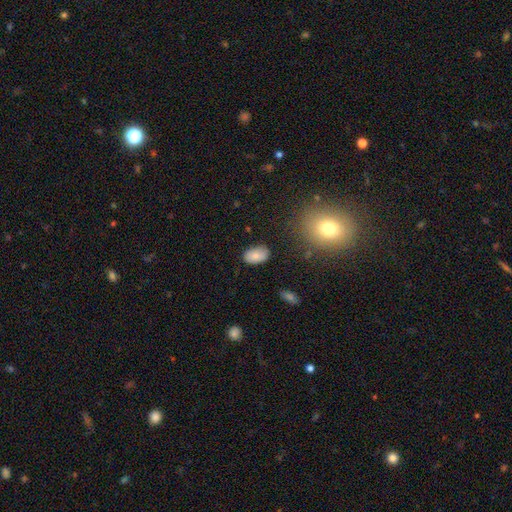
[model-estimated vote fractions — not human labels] Smooth or featured? Predicted: smooth (p=0.83). How rounded? Predicted: in between (p=0.93). Merging? Predicted: none (p=0.83).